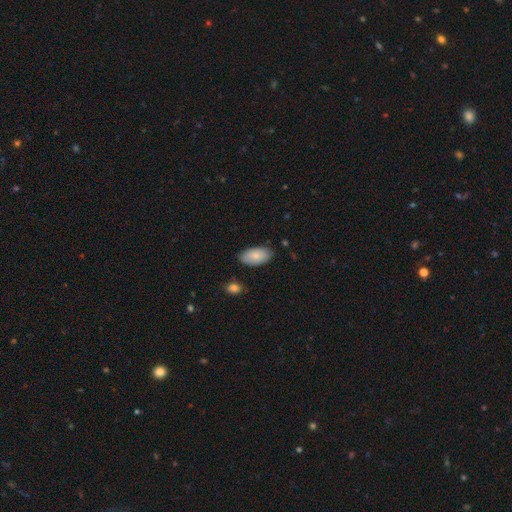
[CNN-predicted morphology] A smooth galaxy with no disk features (81%) that is in between round and cigar-shaped (95%). Merging: none (81%).